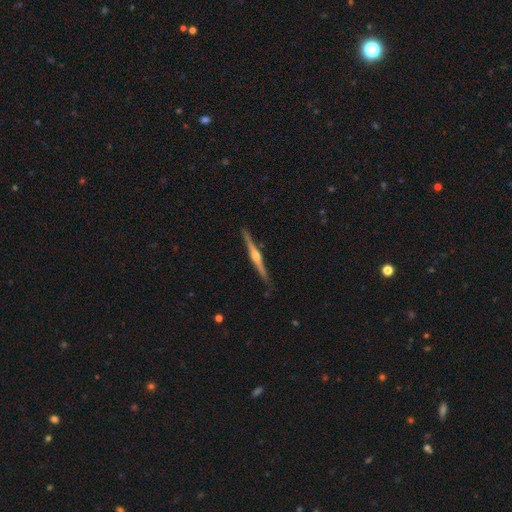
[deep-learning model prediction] A featured or disk galaxy (80%) viewed edge-on (98%) with a rounded central bulge (88%).

Vote fractions:
- Smooth or featured? featured or disk: 80% / smooth: 14% / star or artifact: 5%
- Edge-on disk? yes: 98% / no: 2%
- Edge-on bulge? rounded: 88% / boxy: 6% / none: 5%
- Merging? none: 89% / minor disturbance: 8% / major disturbance: 1% / merger: 1%